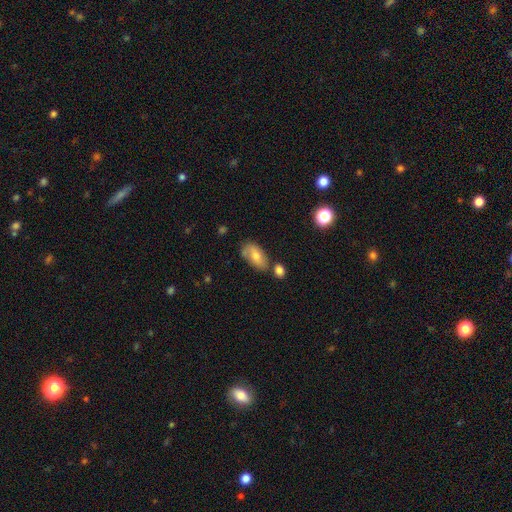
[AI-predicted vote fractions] Smooth or featured?
  - smooth: 64% *
  - featured or disk: 28%
  - star or artifact: 8%
How rounded?
  - in between: 91% *
  - round: 5%
  - cigar-shaped: 4%
Merging?
  - none: 58% *
  - minor disturbance: 22%
  - merger: 14%
  - major disturbance: 6%